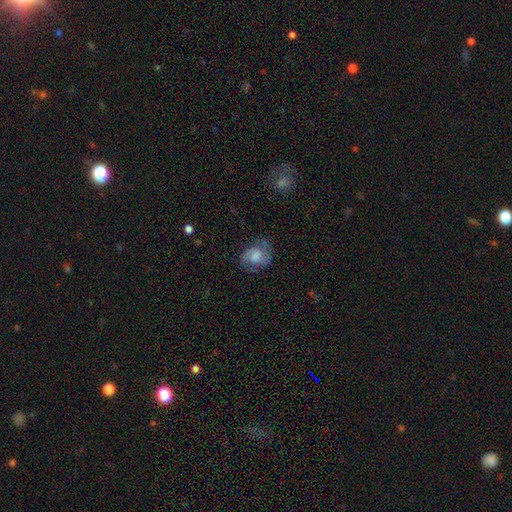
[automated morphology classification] Smooth or featured? smooth (52%)
How rounded? in between (52%)
Merging? none (55%)